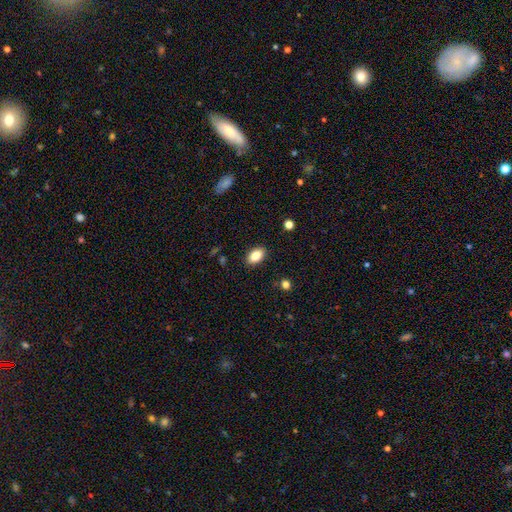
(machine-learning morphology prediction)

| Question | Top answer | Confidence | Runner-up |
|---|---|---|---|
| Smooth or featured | smooth | 85% | star or artifact (8%) |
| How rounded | in between | 90% | round (8%) |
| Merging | none | 88% | minor disturbance (9%) |